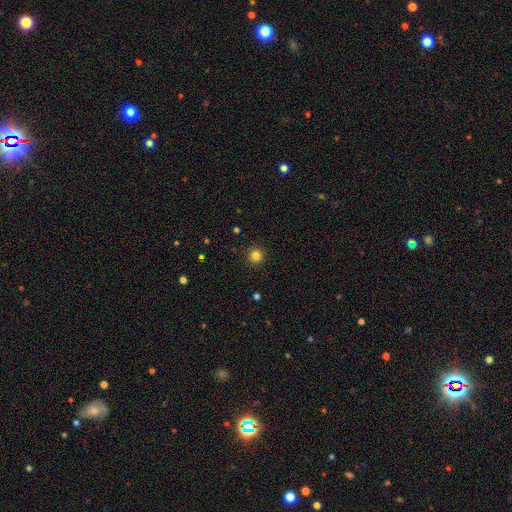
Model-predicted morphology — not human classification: smooth_or_featured: smooth (p=0.83) [alt: star or artifact p=0.13]
how_rounded: round (p=0.95) [alt: in between p=0.04]
merging: none (p=0.91) [alt: minor disturbance p=0.06]